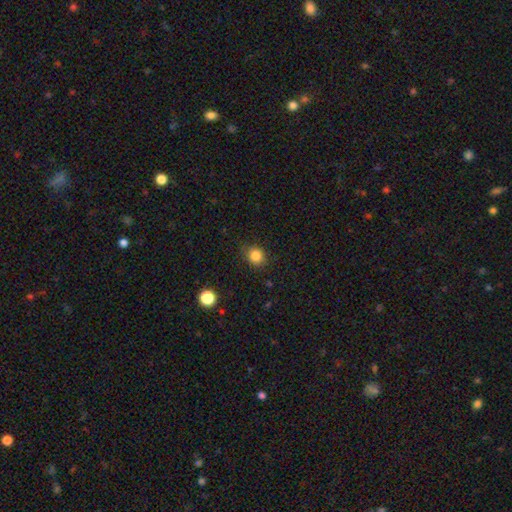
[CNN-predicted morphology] This appears to be a smooth galaxy with no disk features (84%) that is round (77%). Merging: none (82%).